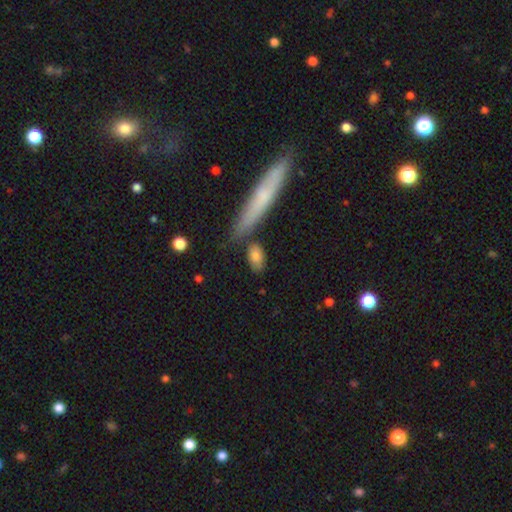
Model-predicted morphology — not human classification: Overall: smooth (82%). How rounded: in between (85%). Merging: none (70%).